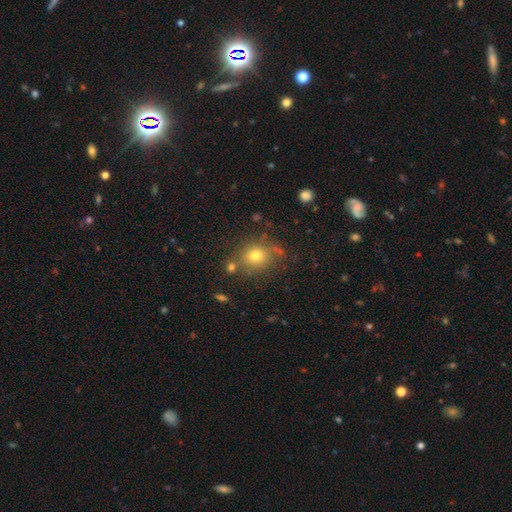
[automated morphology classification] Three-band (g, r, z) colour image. It shows a smooth galaxy with no disk features (73%) that is round (71%). Merging: none (73%).